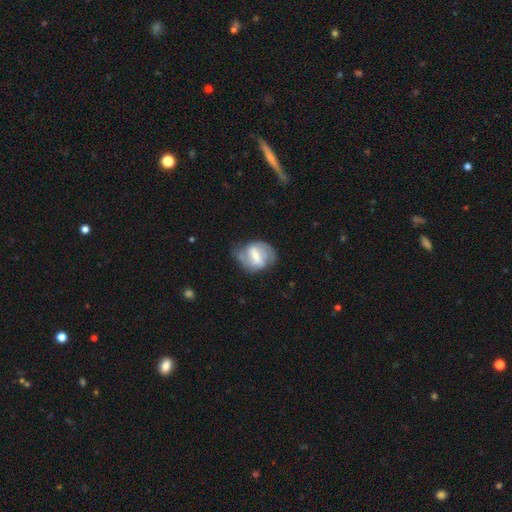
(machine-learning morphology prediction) Overall: featured or disk (74%). Edge-on disk: no (96%). Bar: strong (51%; weak 38%). Spiral arms: yes (83%). Spiral arm count: 2 (76%). Spiral winding: medium (45%; tight 31%). Bulge size: moderate (43%; small 40%). Merging: none (61%; minor disturbance 25%).